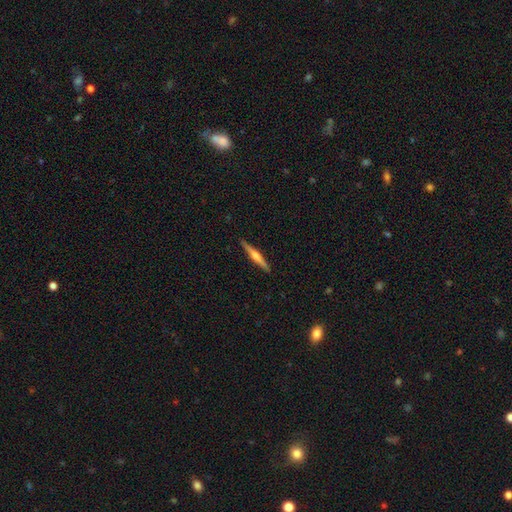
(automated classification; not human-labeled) Q: Smooth or featured?
A: featured or disk (68%); runner-up: smooth (26%)
Q: Edge-on disk?
A: yes (98%); runner-up: no (2%)
Q: Edge-on bulge?
A: rounded (84%); runner-up: boxy (8%)
Q: Merging?
A: none (92%); runner-up: minor disturbance (6%)